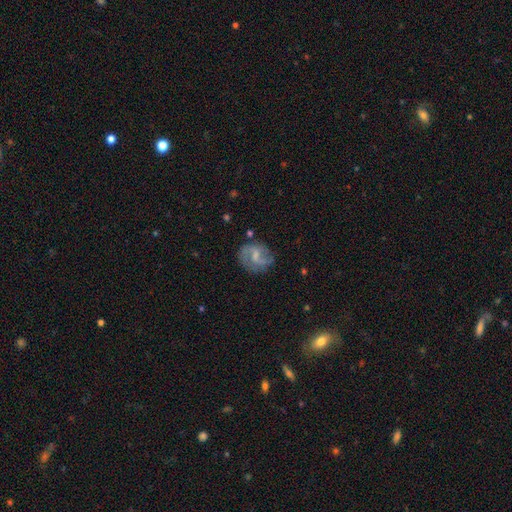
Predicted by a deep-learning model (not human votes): A featured or disk galaxy (59%) with a weak bar (52%), spiral arms (75%) and a small central bulge (40%). Merging: none (65%).